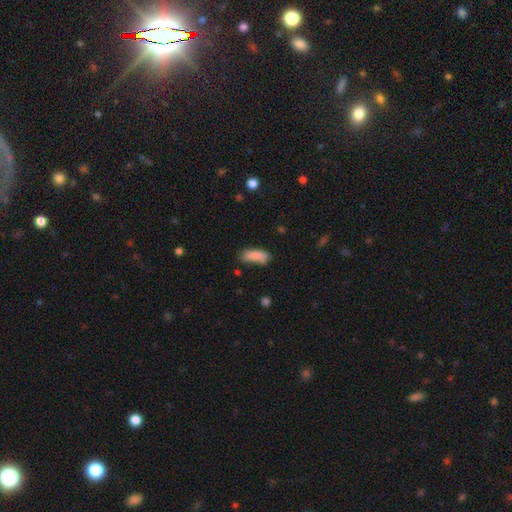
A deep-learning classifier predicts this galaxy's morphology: Smooth or featured?
  - smooth: 85% *
  - star or artifact: 8%
  - featured or disk: 7%
How rounded?
  - in between: 71% *
  - cigar-shaped: 26%
  - round: 2%
Merging?
  - none: 56% *
  - minor disturbance: 29%
  - major disturbance: 9%
  - merger: 5%